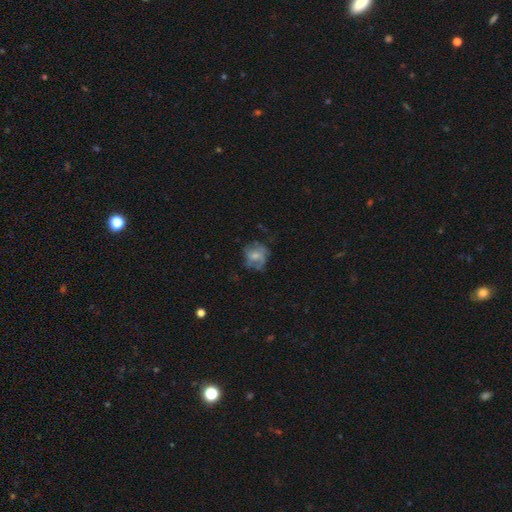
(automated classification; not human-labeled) Smooth or featured?
  - featured or disk: 50% *
  - smooth: 41%
  - star or artifact: 9%
Merging?
  - none: 52% *
  - minor disturbance: 25%
  - major disturbance: 20%
  - merger: 2%